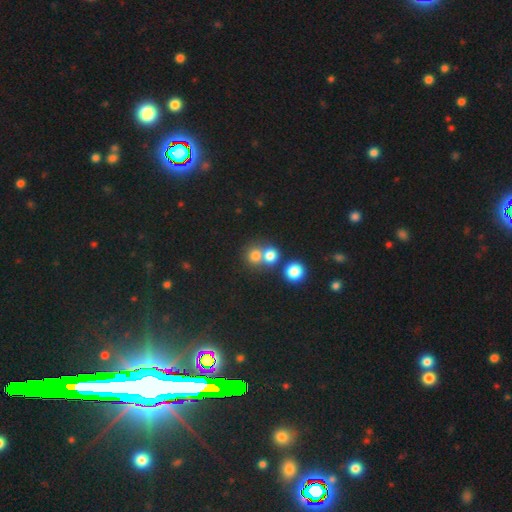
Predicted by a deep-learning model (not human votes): Smooth or featured: smooth — 74% (star or artifact — 16%)
How rounded: round — 86% (in between — 13%)
Merging: none — 47% (merger — 44%)